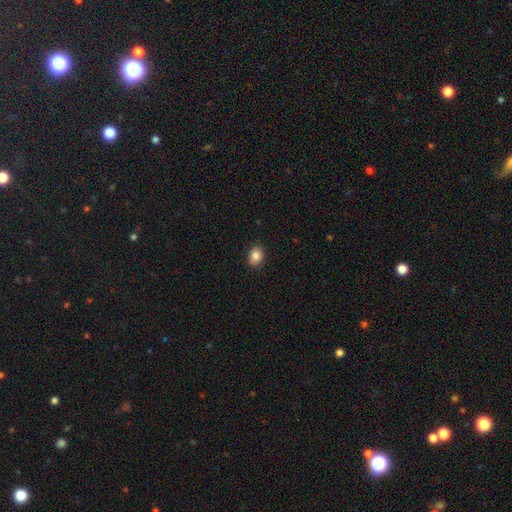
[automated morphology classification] Smooth or featured?
  - smooth: 86% *
  - star or artifact: 9%
  - featured or disk: 6%
How rounded?
  - in between: 63% *
  - round: 36%
  - cigar-shaped: 1%
Merging?
  - none: 89% *
  - minor disturbance: 9%
  - major disturbance: 2%
  - merger: 1%